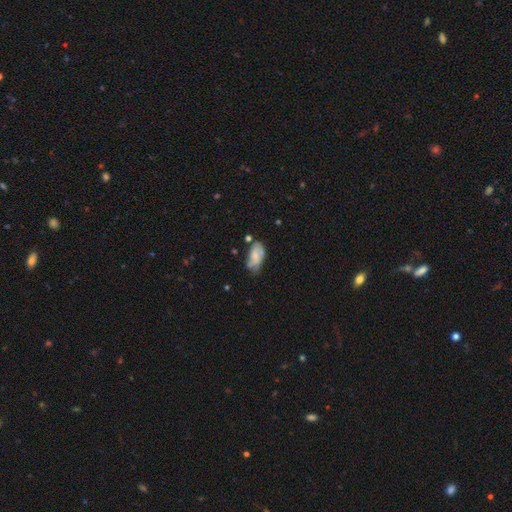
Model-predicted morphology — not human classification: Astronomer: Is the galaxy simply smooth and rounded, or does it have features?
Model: smooth — 60%.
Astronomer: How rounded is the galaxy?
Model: in between — 92%.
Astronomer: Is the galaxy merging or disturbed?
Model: none — 43% (runner-up: minor disturbance, 37%).